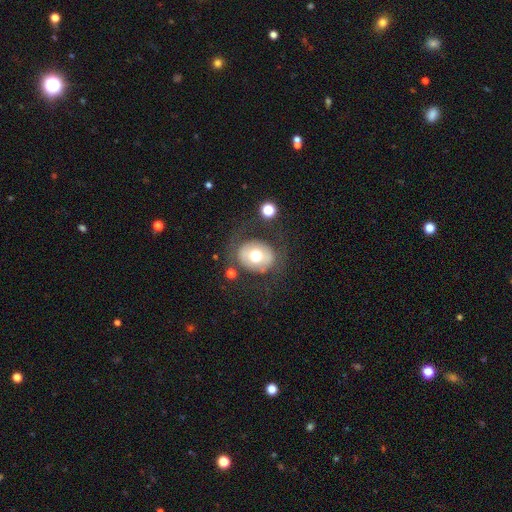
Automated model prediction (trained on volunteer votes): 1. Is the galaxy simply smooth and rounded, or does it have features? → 58% smooth, 33% featured or disk, 9% star or artifact.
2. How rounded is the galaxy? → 71% round, 28% in between, 1% cigar-shaped.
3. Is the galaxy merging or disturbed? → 71% none, 14% minor disturbance, 11% major disturbance, 5% merger.